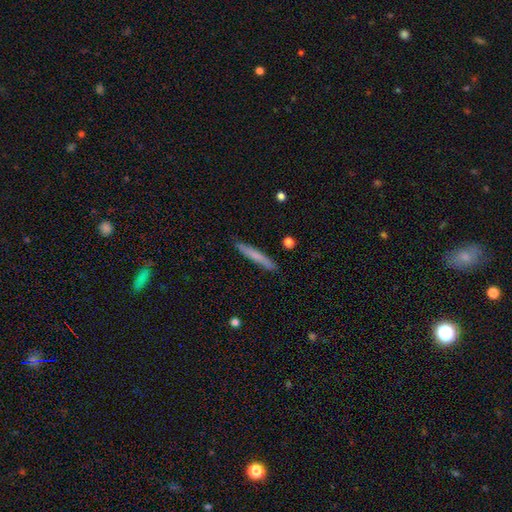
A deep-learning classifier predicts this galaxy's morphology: This appears to be a smooth galaxy with no disk features (67%) that is cigar-shaped (96%). Merging: none (89%).